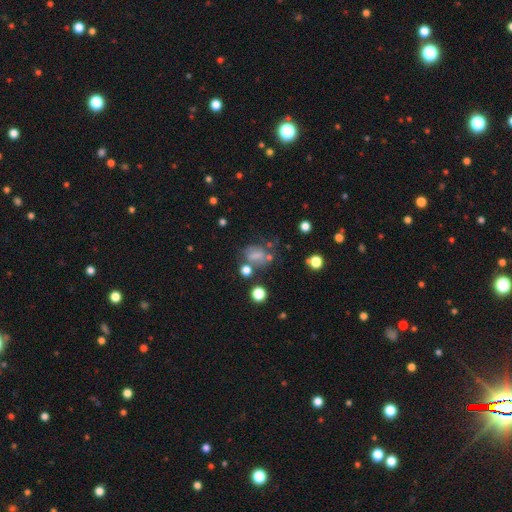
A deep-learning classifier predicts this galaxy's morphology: Smooth or featured? Predicted: smooth (p=0.54). How rounded? Predicted: in between (p=0.60). Merging? Predicted: none (p=0.42).